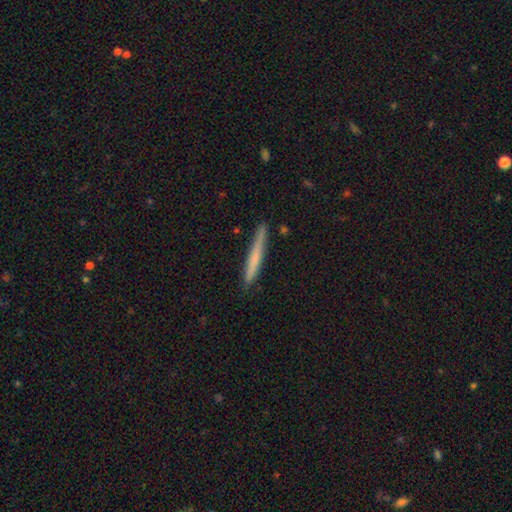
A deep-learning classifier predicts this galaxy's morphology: Q: Smooth or featured?
A: smooth (63%); runner-up: featured or disk (31%)
Q: How rounded?
A: cigar-shaped (97%); runner-up: in between (2%)
Q: Merging?
A: none (89%); runner-up: minor disturbance (8%)